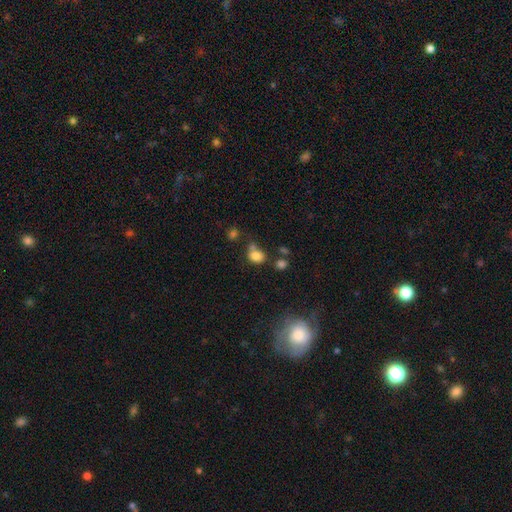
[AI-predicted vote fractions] This is likely a smooth galaxy (79%). How rounded: possibly round (55%). Merging: possibly none (54%).